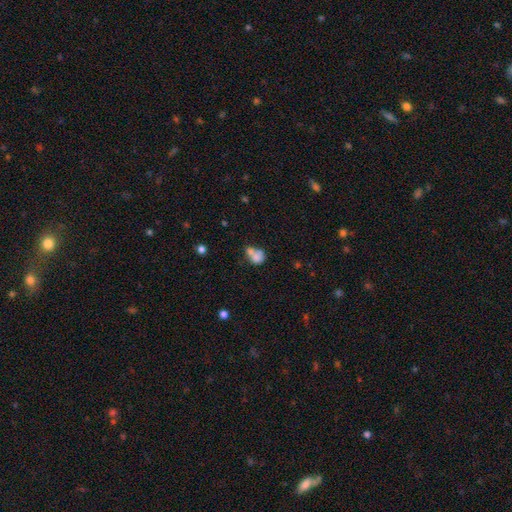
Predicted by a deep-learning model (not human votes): Morphology: type=smooth (71%); roundness=round (56%); merging=merger (62%).